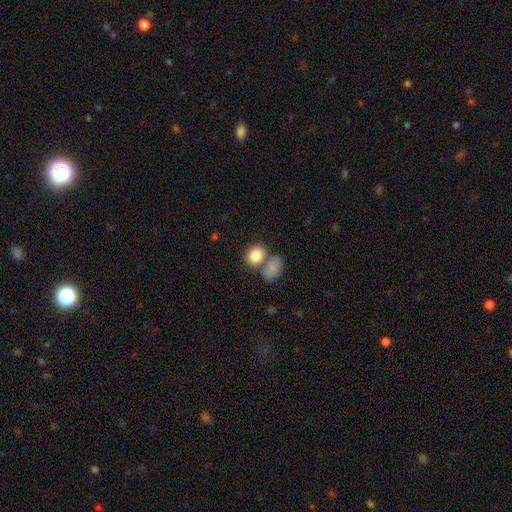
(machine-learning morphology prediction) smooth 84%, star or artifact 8%, featured or disk 8%. Down the decision tree: how rounded — round (50%); merging — none (49%).